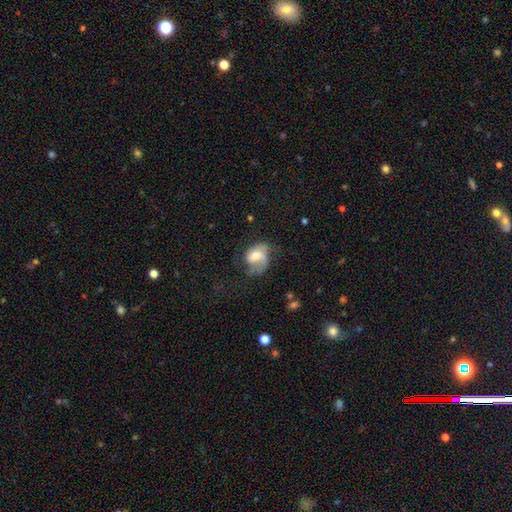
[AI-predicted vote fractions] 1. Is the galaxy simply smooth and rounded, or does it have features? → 57% featured or disk, 35% smooth, 8% star or artifact.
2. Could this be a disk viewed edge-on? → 97% no, 3% yes.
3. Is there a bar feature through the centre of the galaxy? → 53% no, 38% weak, 9% strong.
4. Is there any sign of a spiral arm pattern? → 83% yes, 17% no.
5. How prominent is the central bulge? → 62% moderate, 18% small, 15% large, 3% none, 2% dominant.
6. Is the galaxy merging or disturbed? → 39% none, 31% major disturbance, 28% minor disturbance, 3% merger.